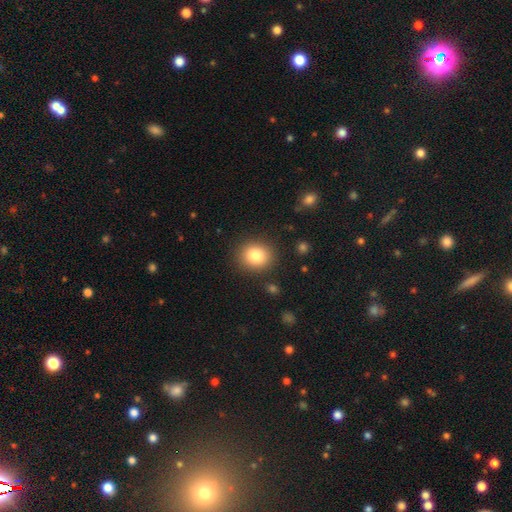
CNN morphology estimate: Smooth or featured? smooth (83%)
How rounded? round (75%)
Merging? none (87%)